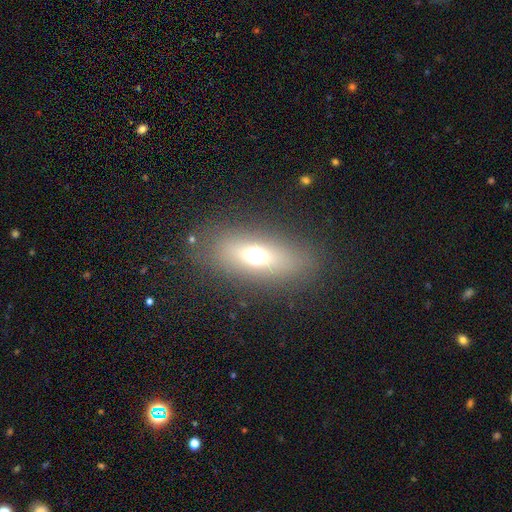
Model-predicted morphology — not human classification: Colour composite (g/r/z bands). It shows a smooth galaxy with no disk features (58%) that is in between round and cigar-shaped (72%). Merging: none (81%).